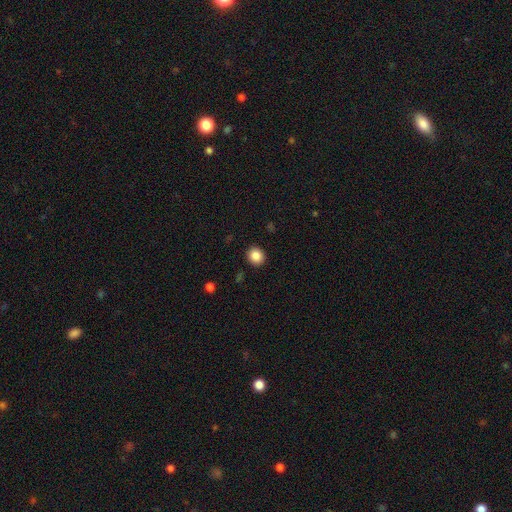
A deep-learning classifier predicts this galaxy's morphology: smooth_or_featured: smooth (p=0.86) [alt: star or artifact p=0.10]
how_rounded: round (p=0.84) [alt: in between p=0.15]
merging: none (p=0.92) [alt: minor disturbance p=0.05]